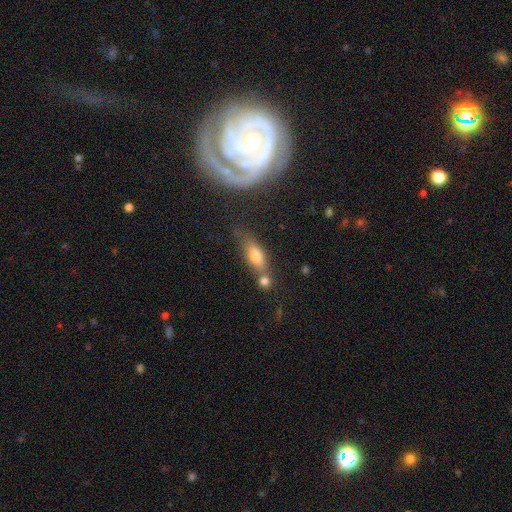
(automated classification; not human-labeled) smooth 64%, featured or disk 25%, star or artifact 10%. Down the decision tree: how rounded — in between (62%); merging — none (54%).